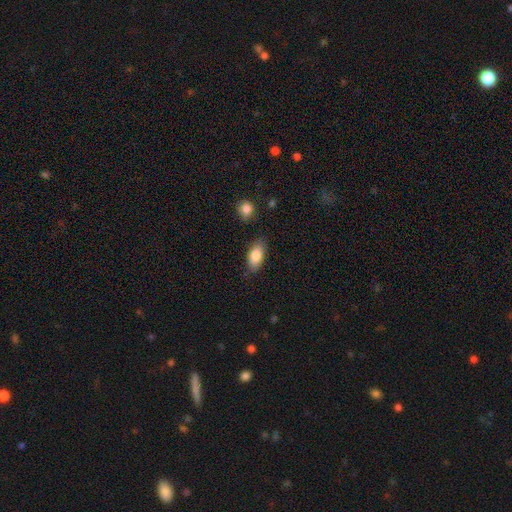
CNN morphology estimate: Q: Smooth or featured?
A: smooth (83%); runner-up: featured or disk (10%)
Q: How rounded?
A: in between (90%); runner-up: cigar-shaped (6%)
Q: Merging?
A: none (82%); runner-up: minor disturbance (13%)